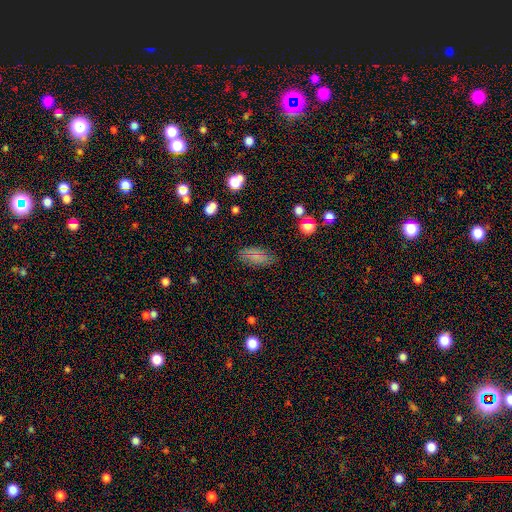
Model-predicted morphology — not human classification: A smooth galaxy with no disk features (74%) that is in between round and cigar-shaped (89%). Merging: none (79%).